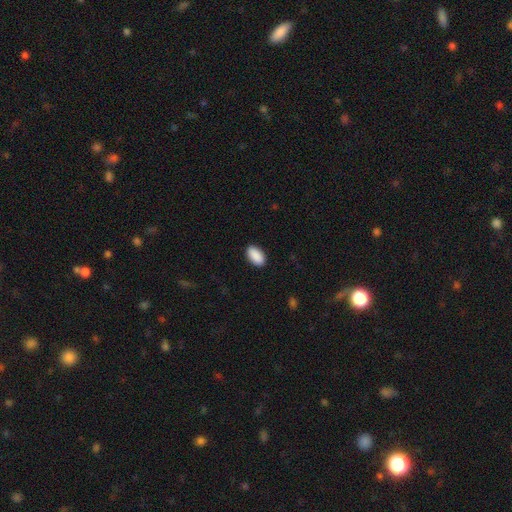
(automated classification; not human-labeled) Smooth or featured?
  - smooth: 91% *
  - star or artifact: 6%
  - featured or disk: 3%
How rounded?
  - in between: 95% *
  - round: 3%
  - cigar-shaped: 2%
Merging?
  - none: 89% *
  - minor disturbance: 8%
  - major disturbance: 2%
  - merger: 1%